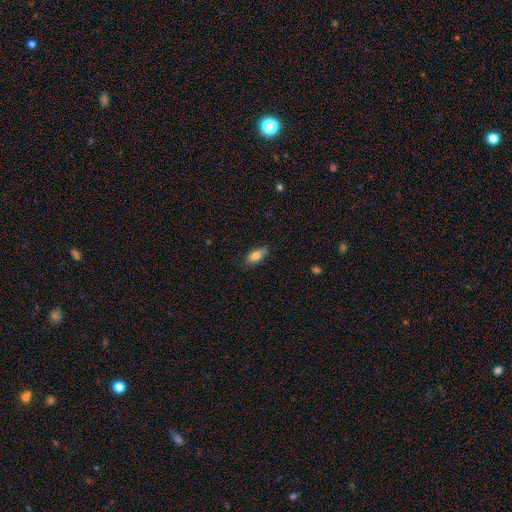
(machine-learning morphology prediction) Q: Smooth or featured?
A: smooth (79%); runner-up: featured or disk (14%)
Q: How rounded?
A: in between (83%); runner-up: cigar-shaped (14%)
Q: Merging?
A: none (78%); runner-up: minor disturbance (18%)